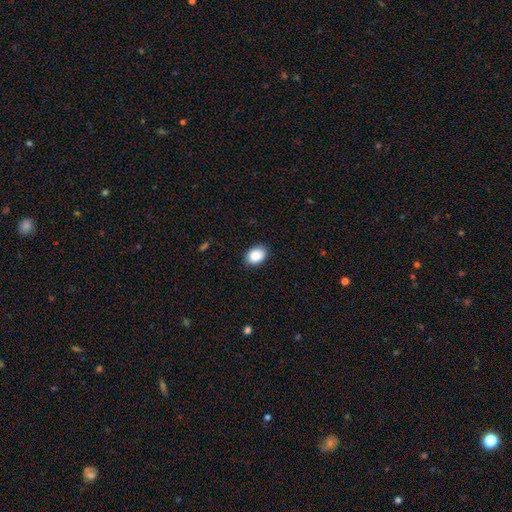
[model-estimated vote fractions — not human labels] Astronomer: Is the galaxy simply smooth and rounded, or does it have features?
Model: smooth — 89%.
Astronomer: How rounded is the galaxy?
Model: in between — 74%.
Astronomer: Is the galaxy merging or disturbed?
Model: none — 87%.